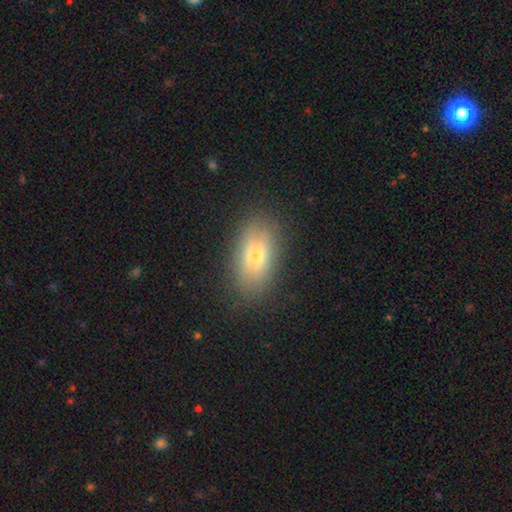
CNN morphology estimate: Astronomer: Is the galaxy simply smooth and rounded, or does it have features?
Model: smooth — 68%.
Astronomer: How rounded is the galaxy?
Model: in between — 87%.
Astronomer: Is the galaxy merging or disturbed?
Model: none — 83%.